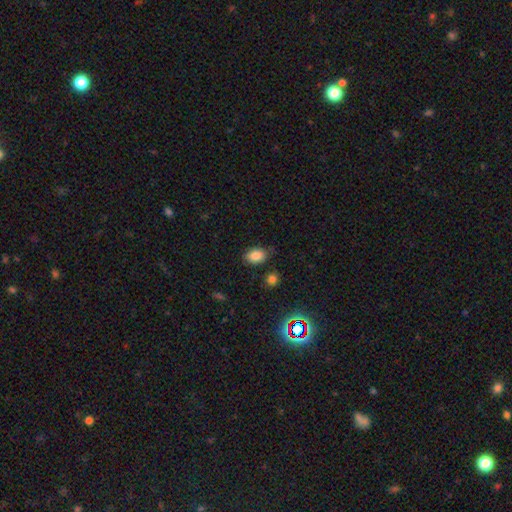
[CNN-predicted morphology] smooth-or-featured: smooth: 83% | star or artifact: 10% | featured or disk: 7%
  how-rounded: in between: 81% | round: 18% | cigar-shaped: 1%
  merging: none: 79% | minor disturbance: 14% | major disturbance: 3% | merger: 3%